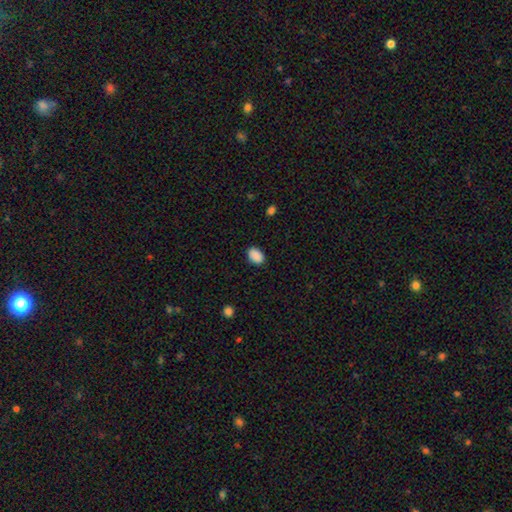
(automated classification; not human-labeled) Smooth or featured? smooth (90%)
How rounded? in between (84%)
Merging? none (87%)